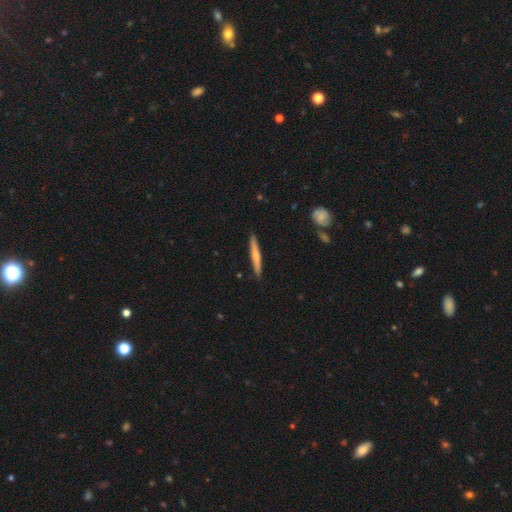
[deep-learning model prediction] Smooth or featured?
  - smooth: 59% *
  - featured or disk: 36%
  - star or artifact: 5%
How rounded?
  - cigar-shaped: 95% *
  - in between: 4%
  - round: 1%
Merging?
  - none: 90% *
  - minor disturbance: 7%
  - merger: 1%
  - major disturbance: 1%